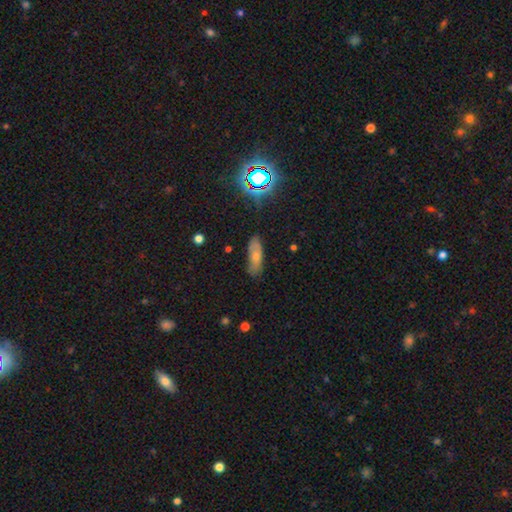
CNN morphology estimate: Smooth or featured? smooth (66%)
How rounded? in between (59%)
Merging? none (72%)